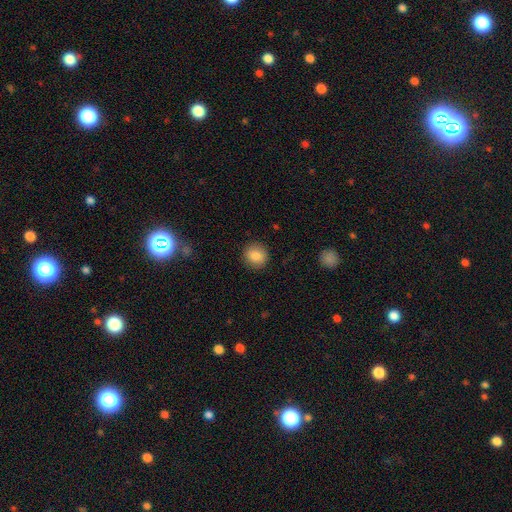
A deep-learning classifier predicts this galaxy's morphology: smooth_or_featured: smooth (p=0.86) [alt: star or artifact p=0.08]
how_rounded: round (p=0.89) [alt: in between p=0.10]
merging: none (p=0.90) [alt: minor disturbance p=0.07]